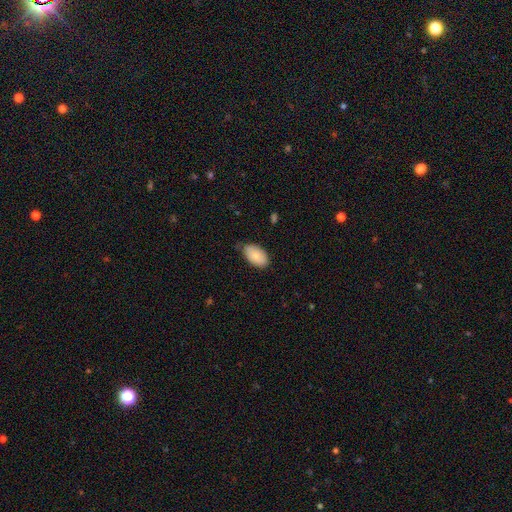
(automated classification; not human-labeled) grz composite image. It shows a smooth galaxy with no disk features (84%) that is in between round and cigar-shaped (94%). Merging: none (68%).